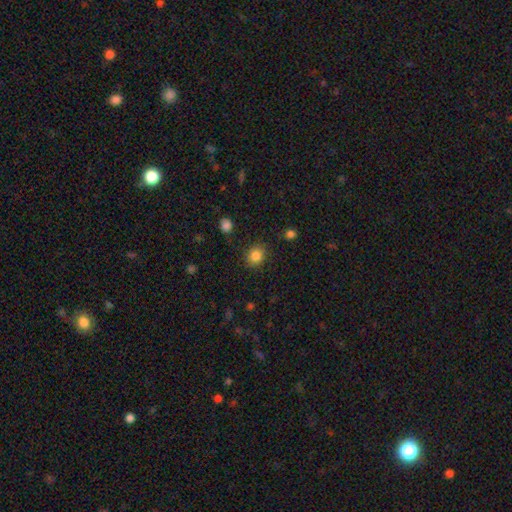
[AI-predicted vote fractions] smooth 85%, star or artifact 11%, featured or disk 5%. Down the decision tree: how rounded — round (74%); merging — none (86%).